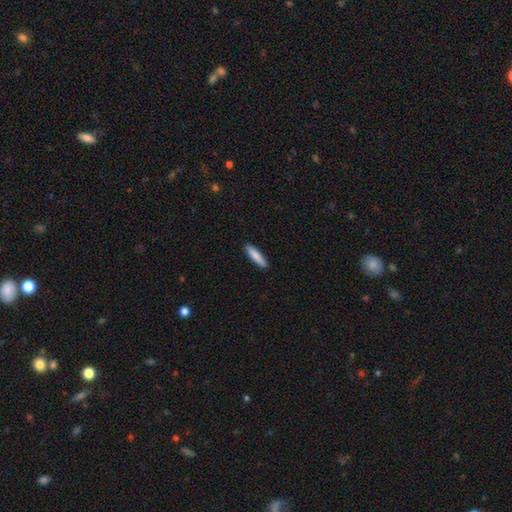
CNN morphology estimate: type=smooth (85%); roundness=cigar-shaped (75%); merging=none (90%).